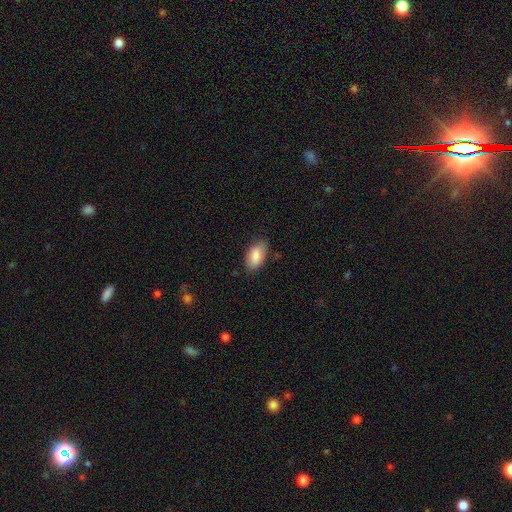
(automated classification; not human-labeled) Q: Smooth or featured?
A: smooth (86%); runner-up: featured or disk (7%)
Q: How rounded?
A: in between (93%); runner-up: cigar-shaped (4%)
Q: Merging?
A: none (81%); runner-up: minor disturbance (15%)